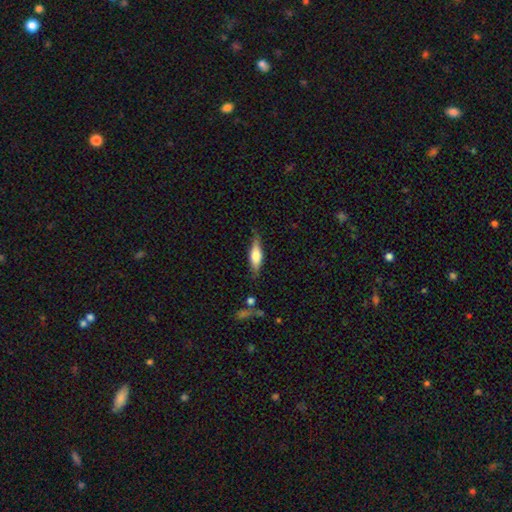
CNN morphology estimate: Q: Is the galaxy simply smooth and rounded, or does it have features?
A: smooth — 54%.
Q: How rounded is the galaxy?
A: cigar-shaped — 54%.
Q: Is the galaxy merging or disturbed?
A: none — 77%.